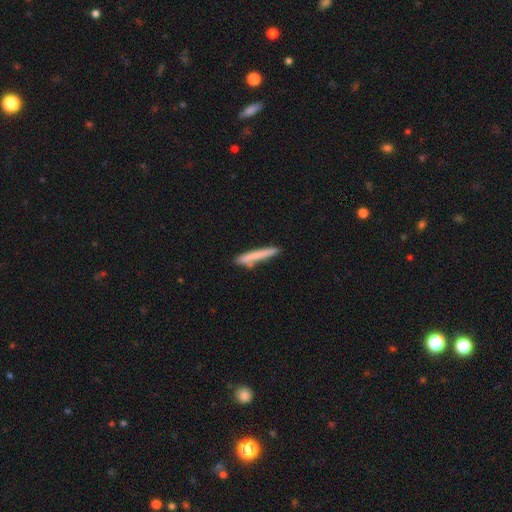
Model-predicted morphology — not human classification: smooth-or-featured: smooth: 70% | featured or disk: 24% | star or artifact: 6%
  how-rounded: cigar-shaped: 96% | in between: 3% | round: 1%
  merging: none: 78% | minor disturbance: 14% | merger: 5% | major disturbance: 3%